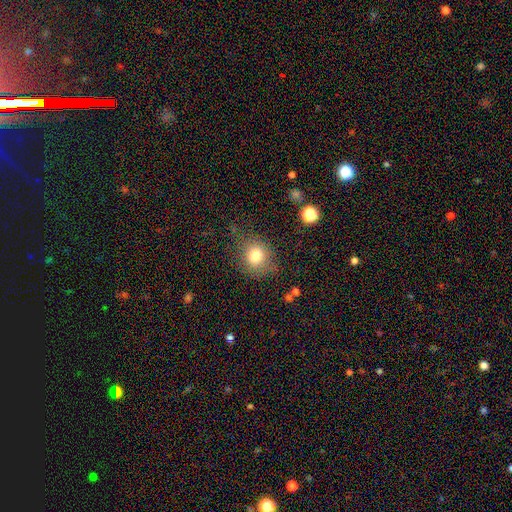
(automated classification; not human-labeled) Overall: smooth (79%). How rounded: round (77%). Merging: none (74%).